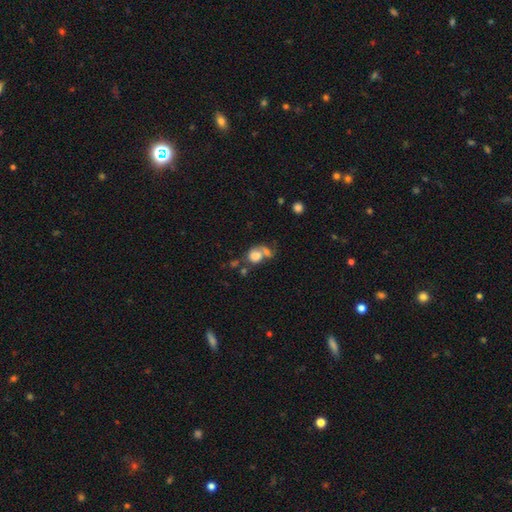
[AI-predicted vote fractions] A smooth galaxy with no disk features (72%) that is round (60%). Merging: merger (48%).